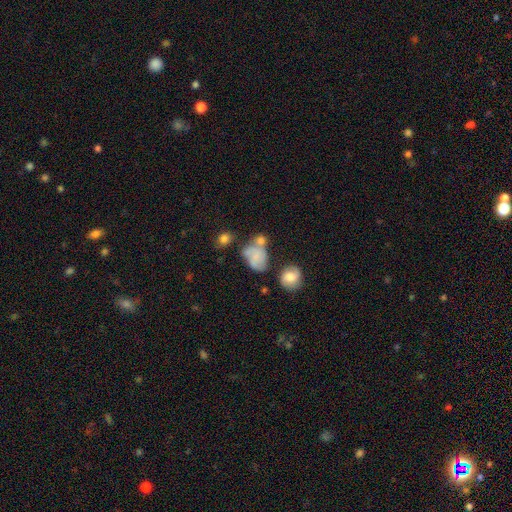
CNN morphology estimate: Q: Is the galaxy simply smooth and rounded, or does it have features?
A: smooth — 58%.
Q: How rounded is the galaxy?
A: in between — 68%.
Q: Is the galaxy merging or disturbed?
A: none — 30%.